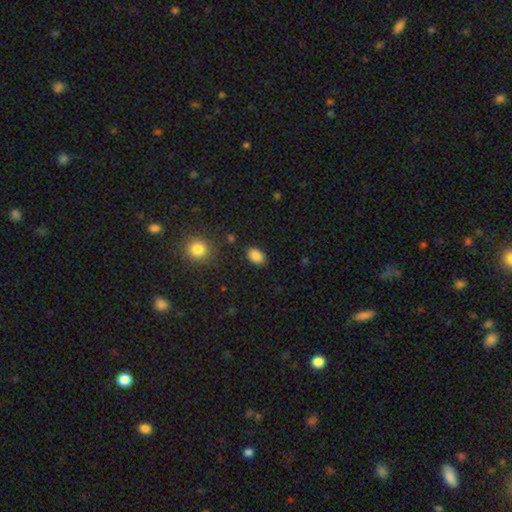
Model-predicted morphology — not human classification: This is clearly a smooth galaxy (87%). How rounded: clearly in between (85%). Merging: clearly none (85%).